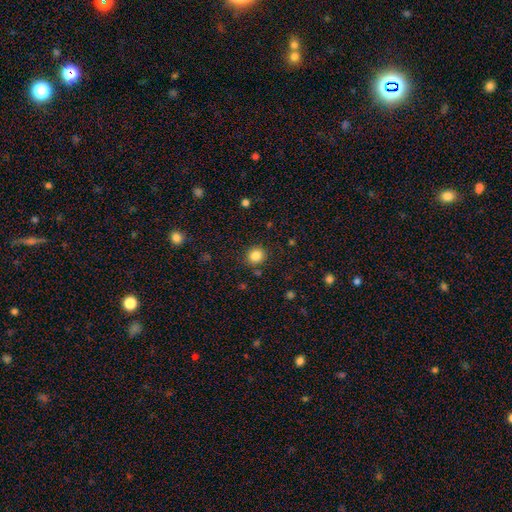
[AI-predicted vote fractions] This appears to be a smooth galaxy with no disk features (84%) that is round (89%). Merging: none (88%).